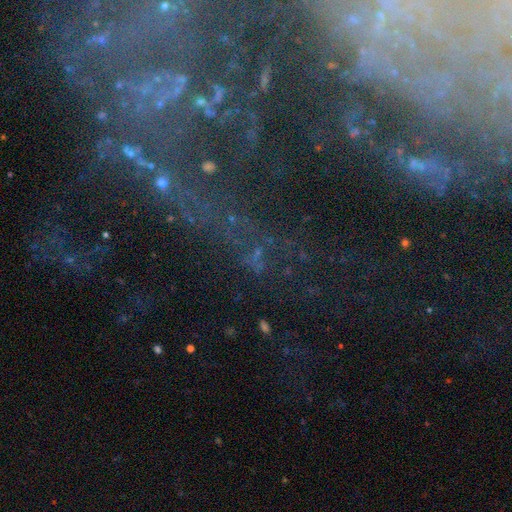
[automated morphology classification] smooth_or_featured: star or artifact (p=0.65) [alt: featured or disk p=0.19]